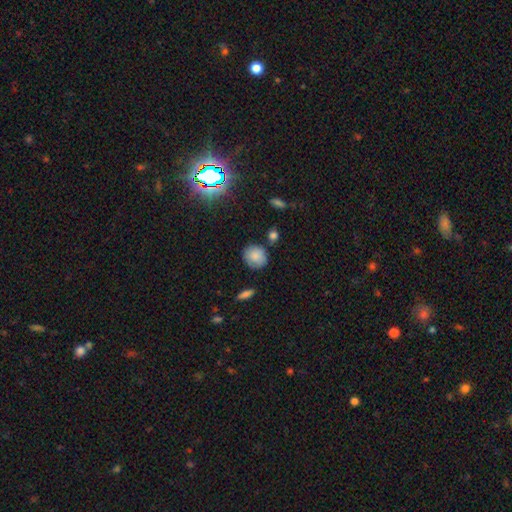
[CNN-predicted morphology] Smooth or featured? Predicted: smooth (p=0.82). How rounded? Predicted: round (p=0.80). Merging? Predicted: none (p=0.75).